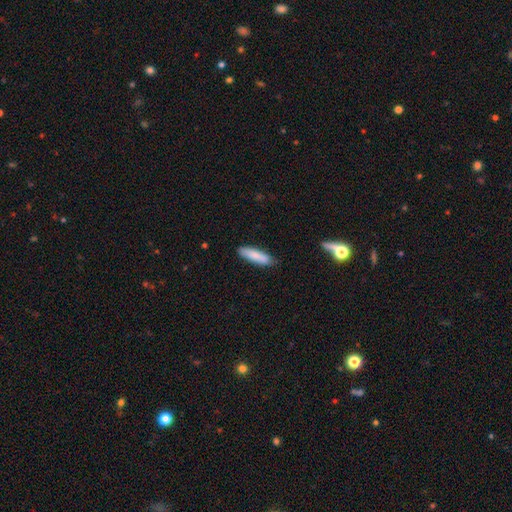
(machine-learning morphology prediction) smooth 84%, featured or disk 10%, star or artifact 6%. Down the decision tree: how rounded — cigar-shaped (70%); merging — none (83%).